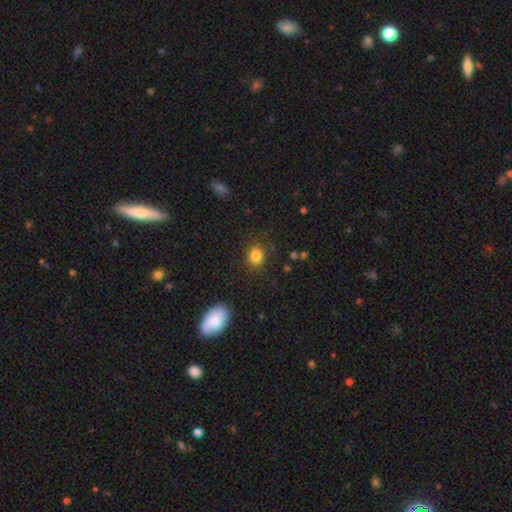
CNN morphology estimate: This appears to be a smooth galaxy with no disk features (84%) that is round (67%). Merging: none (84%).